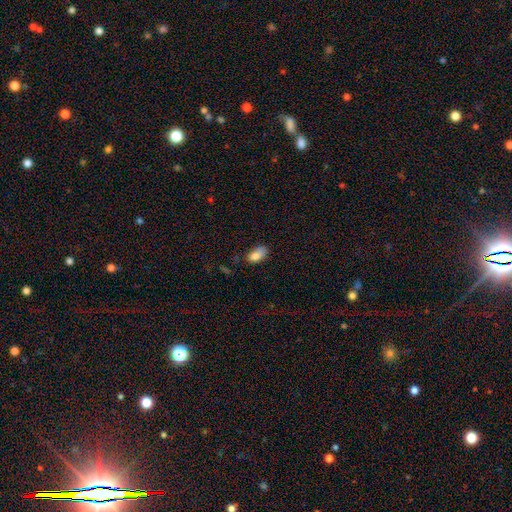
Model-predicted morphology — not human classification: A smooth galaxy with no disk features (81%) that is in between round and cigar-shaped (91%). Merging: none (47%).